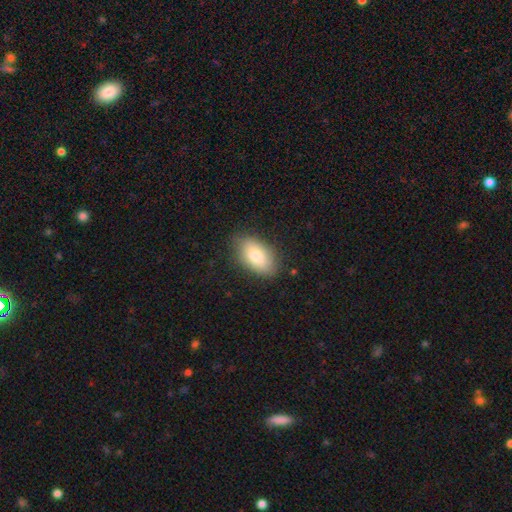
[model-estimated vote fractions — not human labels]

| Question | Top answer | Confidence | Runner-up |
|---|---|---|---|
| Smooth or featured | smooth | 80% | featured or disk (13%) |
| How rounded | in between | 92% | round (4%) |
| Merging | none | 83% | minor disturbance (13%) |